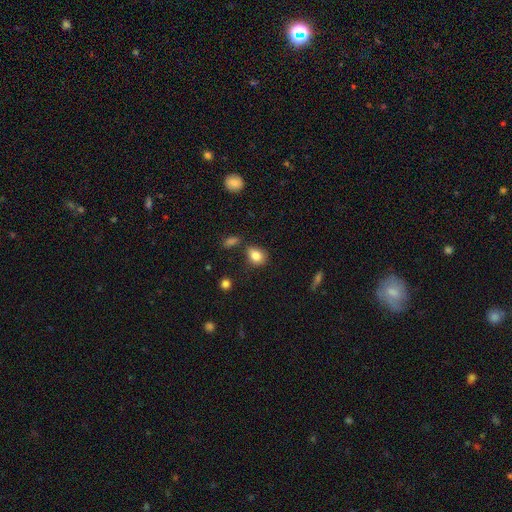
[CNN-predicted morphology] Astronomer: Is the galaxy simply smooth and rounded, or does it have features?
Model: smooth — 83%.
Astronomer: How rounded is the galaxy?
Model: in between — 59% (runner-up: round, 40%).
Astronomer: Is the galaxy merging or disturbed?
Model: none — 67%.